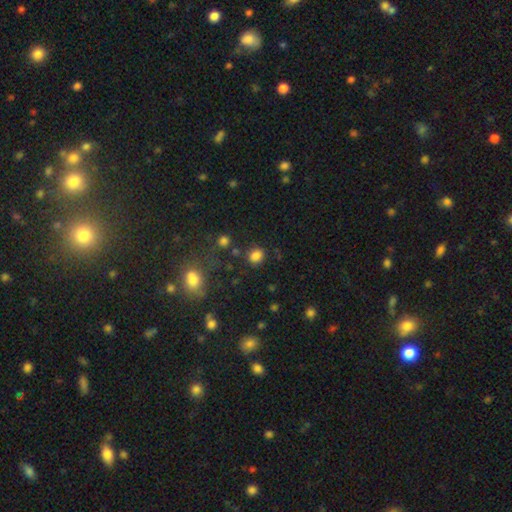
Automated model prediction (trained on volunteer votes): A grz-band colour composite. It shows a smooth galaxy with no disk features (82%) that is round (64%). Merging: none (81%).